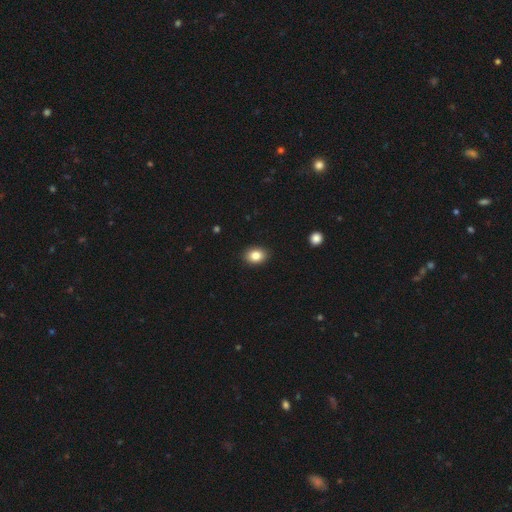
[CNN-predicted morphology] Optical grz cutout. It shows a smooth galaxy with no disk features (84%) that is in between round and cigar-shaped (66%). Merging: none (90%).